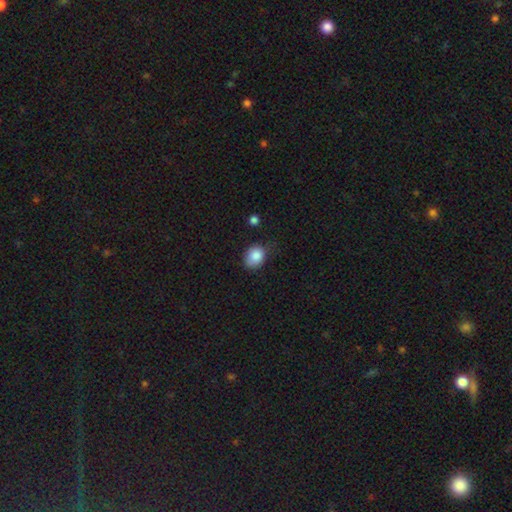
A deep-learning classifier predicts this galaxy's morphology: This appears to be a smooth galaxy with no disk features (86%) that is round (51%). Merging: none (60%).